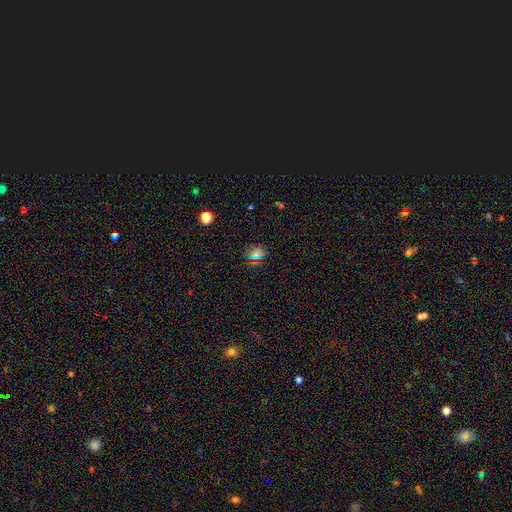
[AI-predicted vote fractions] The model was most divided on "smooth or featured": smooth: 63%, star or artifact: 28%, featured or disk: 9%. More confident: merging — none (85%); how rounded — round (71%).